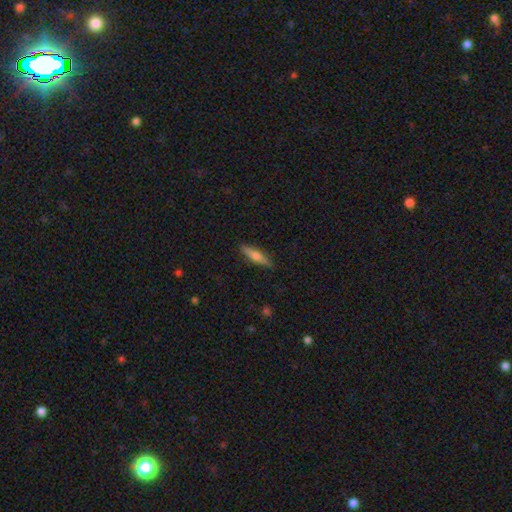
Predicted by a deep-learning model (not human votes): The model was most divided on "smooth or featured": smooth: 56%, featured or disk: 37%, star or artifact: 6%. More confident: merging — none (87%); how rounded — cigar-shaped (76%).